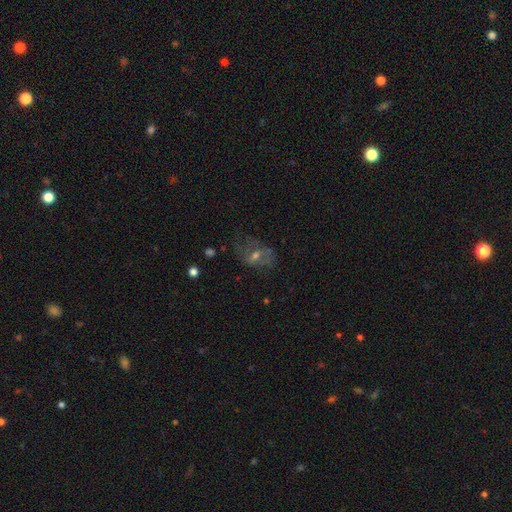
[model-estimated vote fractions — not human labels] A featured or disk galaxy (54%) with no bar (50%), spiral arms (52%) and a moderate central bulge (48%).

Vote fractions:
- Smooth or featured? featured or disk: 54% / smooth: 29% / star or artifact: 17%
- Edge-on disk? no: 94% / yes: 6%
- Bar? no: 50% / weak: 39% / strong: 11%
- Spiral arms? yes: 52% / no: 48%
- Bulge size? moderate: 48% / small: 42% / none: 5% / large: 3% / dominant: 1%
- Merging? none: 54% / minor disturbance: 23% / major disturbance: 21% / merger: 2%